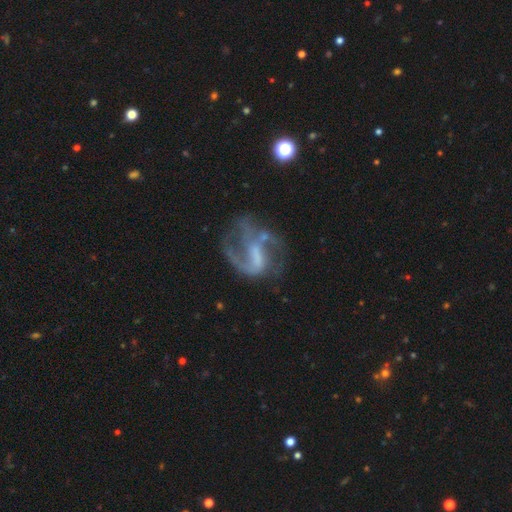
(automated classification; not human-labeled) Smooth or featured? featured or disk (77%)
Edge-on disk? no (97%)
Bar? weak (43%)
Spiral arms? yes (79%)
Spiral winding? loose (44%)
Spiral arm count? 2 (41%)
Bulge size? none (51%)
Merging? none (40%)